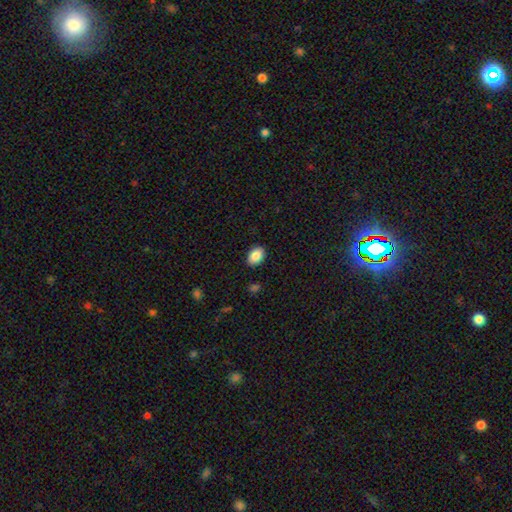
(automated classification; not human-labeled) Overall: smooth (87%). How rounded: in between (84%). Merging: none (89%).